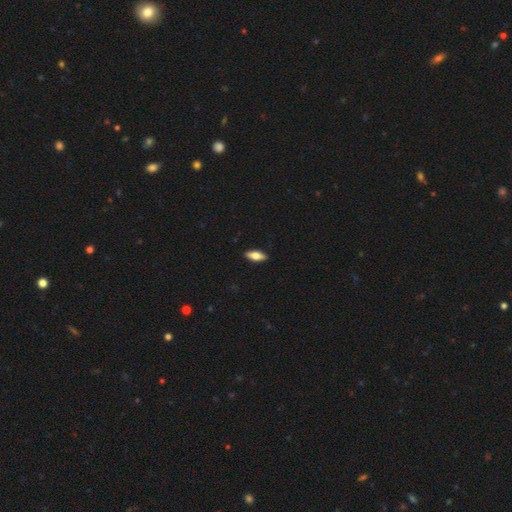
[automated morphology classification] smooth_or_featured: smooth (p=0.65) [alt: featured or disk p=0.29]
how_rounded: in between (p=0.73) [alt: cigar-shaped p=0.24]
merging: none (p=0.90) [alt: minor disturbance p=0.08]